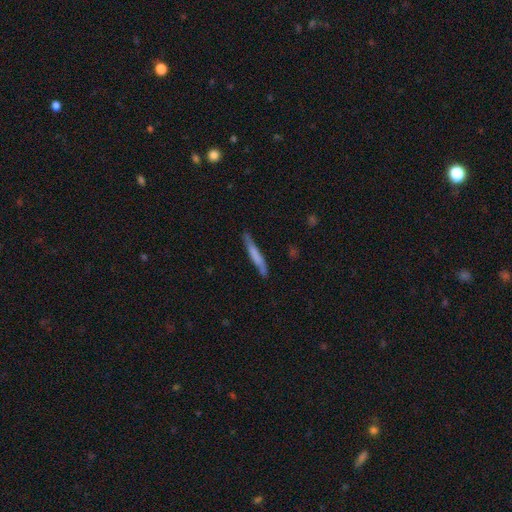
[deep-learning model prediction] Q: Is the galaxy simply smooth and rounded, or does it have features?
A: smooth — 63%.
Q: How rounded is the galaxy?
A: cigar-shaped — 95%.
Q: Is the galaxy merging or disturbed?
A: none — 81%.